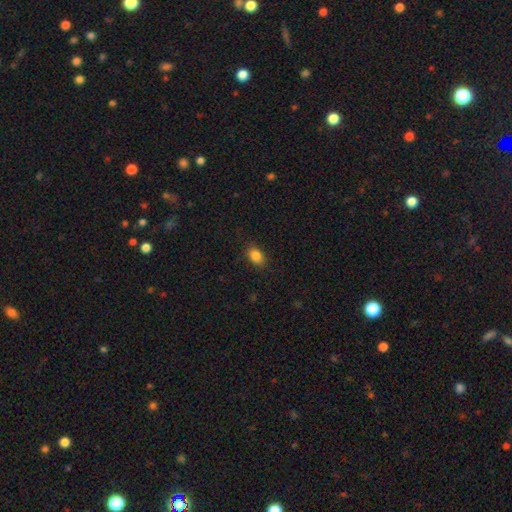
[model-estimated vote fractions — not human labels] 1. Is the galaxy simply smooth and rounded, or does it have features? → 86% smooth, 9% star or artifact, 5% featured or disk.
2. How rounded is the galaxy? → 74% in between, 24% round, 2% cigar-shaped.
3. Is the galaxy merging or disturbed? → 84% none, 12% minor disturbance, 3% major disturbance, 1% merger.